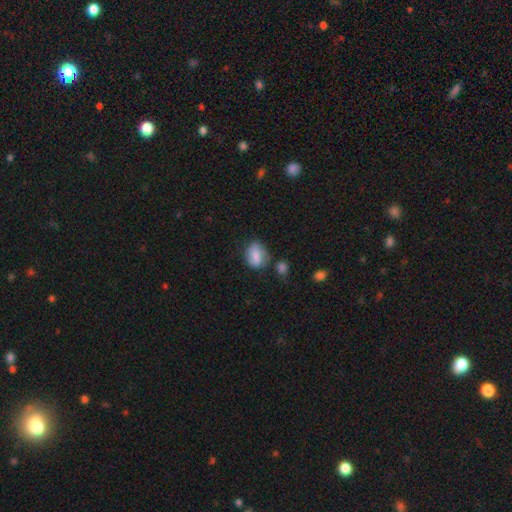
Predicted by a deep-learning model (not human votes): A smooth galaxy with no disk features (75%) that is in between round and cigar-shaped (66%). Merging: none (57%).